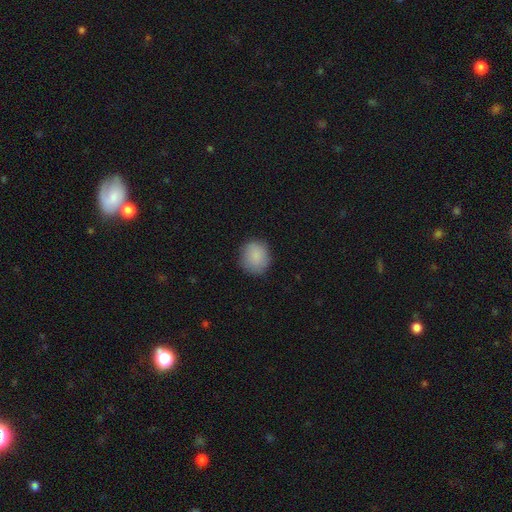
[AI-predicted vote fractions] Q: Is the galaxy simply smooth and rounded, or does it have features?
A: smooth — 88%.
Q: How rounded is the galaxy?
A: round — 86%.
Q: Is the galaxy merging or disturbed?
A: none — 85%.